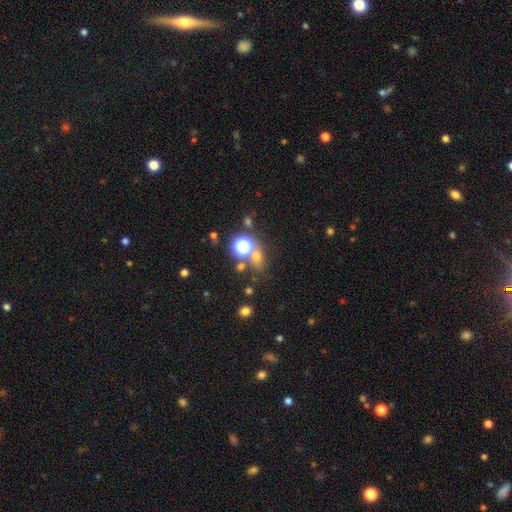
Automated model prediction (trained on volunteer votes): smooth 49%, star or artifact 41%, featured or disk 10%. Down the decision tree: merging — none (63%).